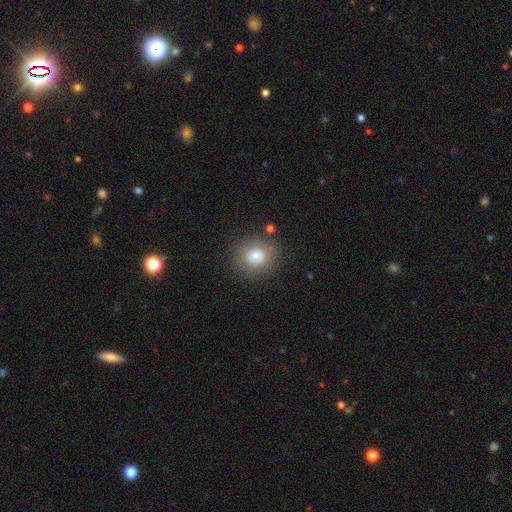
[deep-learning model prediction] This appears to be a smooth galaxy with no disk features (78%) that is round (75%). Merging: none (82%).